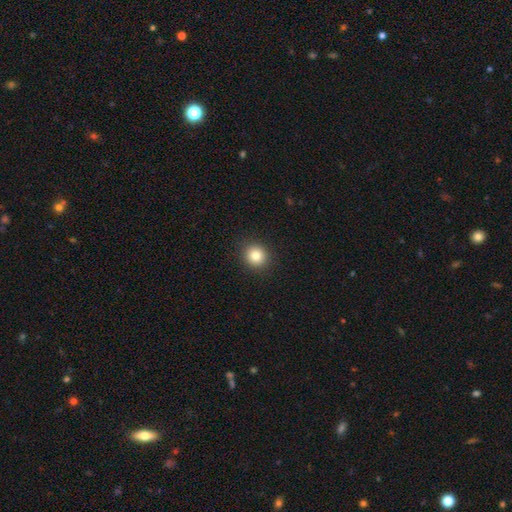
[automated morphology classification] This appears to be a smooth galaxy with no disk features (82%) that is round (90%). Merging: none (92%).